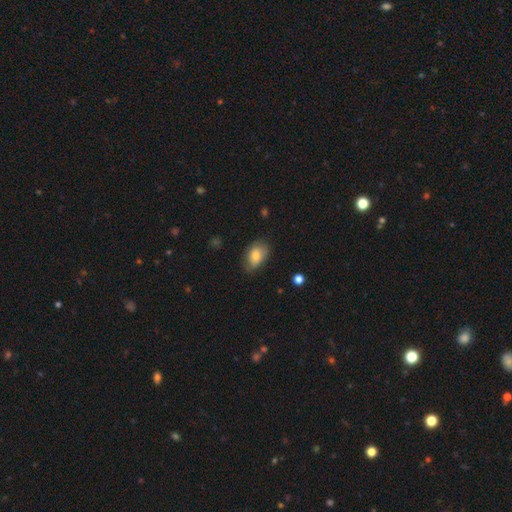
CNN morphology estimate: Smooth or featured: smooth — 78% (featured or disk — 15%)
How rounded: in between — 86% (round — 12%)
Merging: none — 68% (minor disturbance — 24%)